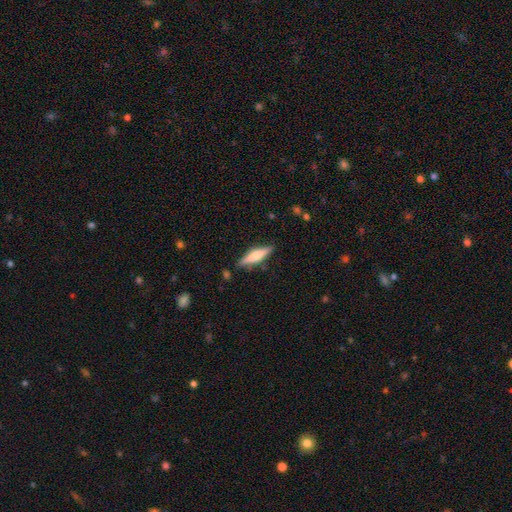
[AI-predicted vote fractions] Smooth or featured? smooth (48%)
Merging? none (85%)